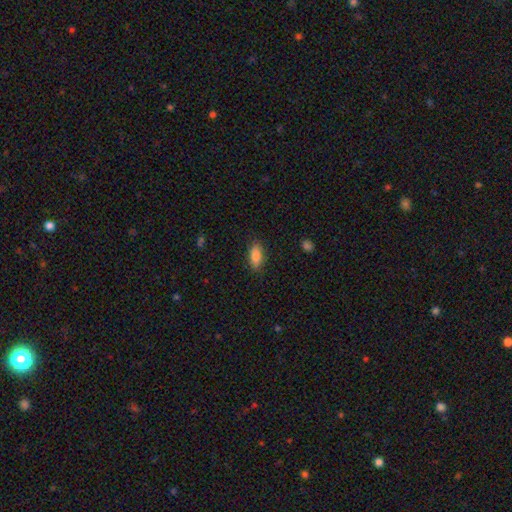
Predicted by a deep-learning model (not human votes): This appears to be a smooth galaxy with no disk features (87%) that is in between round and cigar-shaped (83%). Merging: none (87%).